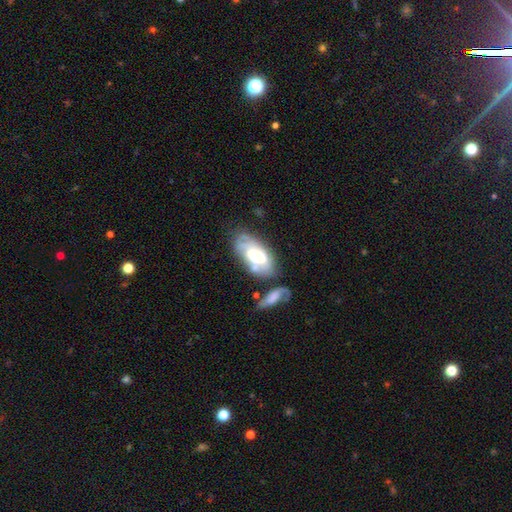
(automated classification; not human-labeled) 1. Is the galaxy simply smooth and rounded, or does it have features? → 57% featured or disk, 36% smooth, 7% star or artifact.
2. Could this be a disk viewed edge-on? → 89% no, 11% yes.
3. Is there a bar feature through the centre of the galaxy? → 69% no, 24% weak, 7% strong.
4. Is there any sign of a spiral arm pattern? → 63% yes, 37% no.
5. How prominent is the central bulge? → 53% moderate, 22% large, 18% small, 4% none, 3% dominant.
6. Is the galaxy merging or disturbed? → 40% none, 26% merger, 21% minor disturbance, 13% major disturbance.